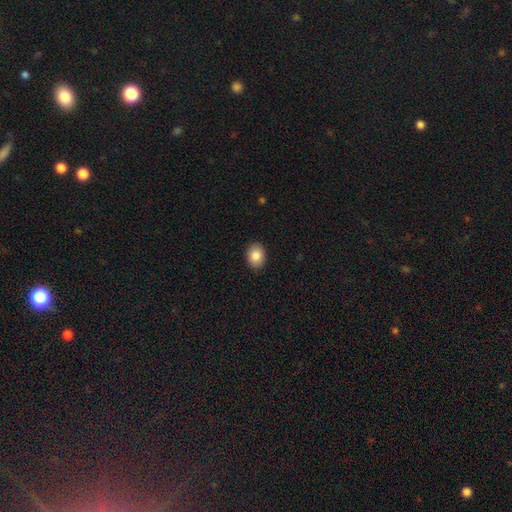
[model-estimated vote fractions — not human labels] A smooth galaxy with no disk features (86%) that is in between round and cigar-shaped (58%).

Vote fractions:
- Smooth or featured? smooth: 86% / star or artifact: 8% / featured or disk: 6%
- How rounded? in between: 58% / round: 42% / cigar-shaped: 1%
- Merging? none: 90% / minor disturbance: 8% / major disturbance: 2% / merger: 1%